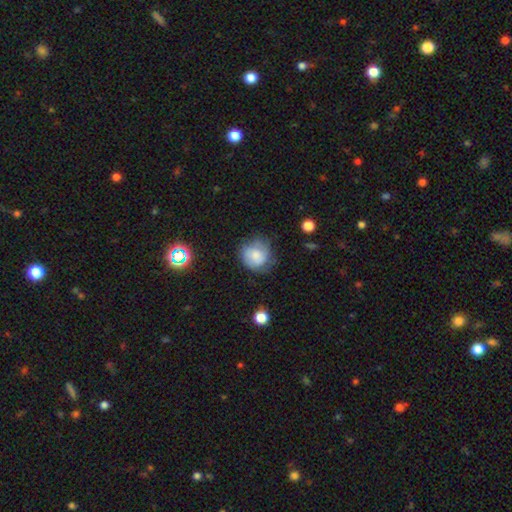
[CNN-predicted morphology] smooth-or-featured: smooth: 71% | featured or disk: 20% | star or artifact: 9%
  how-rounded: round: 83% | in between: 16% | cigar-shaped: 1%
  merging: none: 56% | minor disturbance: 29% | major disturbance: 13% | merger: 2%